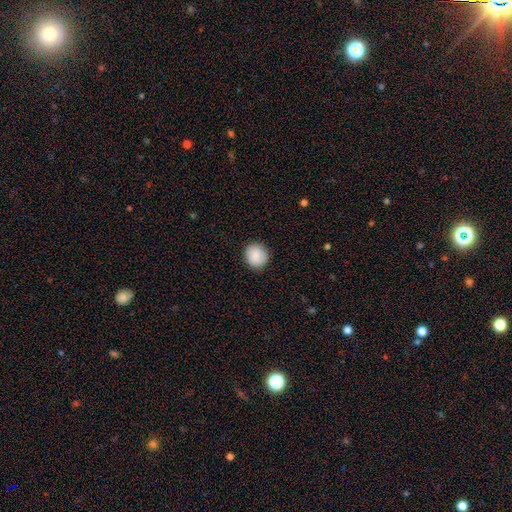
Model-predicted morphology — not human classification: This is clearly a smooth galaxy (89%). How rounded: clearly round (87%). Merging: clearly none (91%).